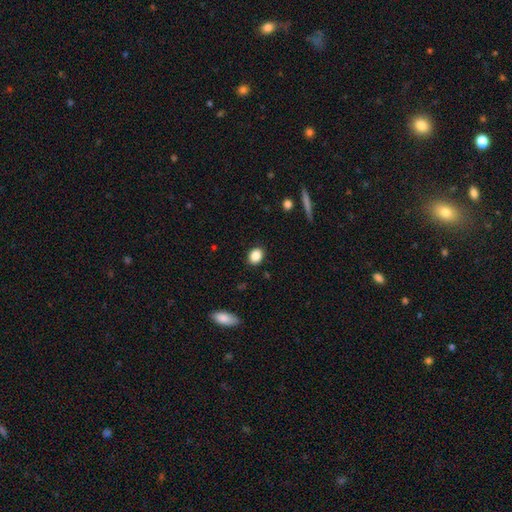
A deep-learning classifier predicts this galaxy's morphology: Smooth or featured?
  - smooth: 87% *
  - star or artifact: 9%
  - featured or disk: 4%
How rounded?
  - in between: 55% *
  - round: 43%
  - cigar-shaped: 1%
Merging?
  - none: 89% *
  - minor disturbance: 8%
  - major disturbance: 2%
  - merger: 1%